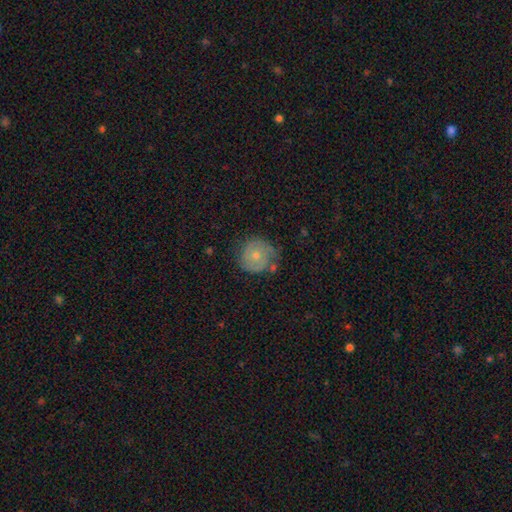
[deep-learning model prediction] Smooth or featured: featured or disk — 52% (smooth — 40%)
Edge-on disk: no — 98% (yes — 2%)
Bar: no — 82% (weak — 16%)
Spiral arms: yes — 76% (no — 24%)
Bulge size: moderate — 48% (small — 47%)
Merging: none — 64% (minor disturbance — 24%)